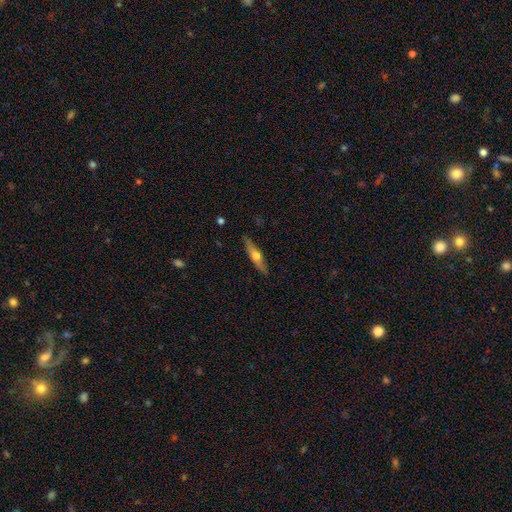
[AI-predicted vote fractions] A featured or disk galaxy (58%) viewed edge-on (92%) with a rounded central bulge (93%).

Vote fractions:
- Smooth or featured? featured or disk: 58% / smooth: 37% / star or artifact: 5%
- Edge-on disk? yes: 92% / no: 8%
- Edge-on bulge? rounded: 93% / none: 4% / boxy: 3%
- Merging? none: 86% / minor disturbance: 10% / major disturbance: 2% / merger: 1%